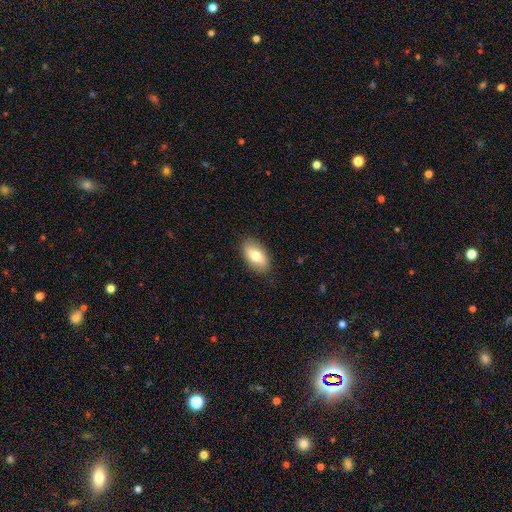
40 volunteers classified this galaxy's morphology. A smooth galaxy with no disk features (82%) that is in between round and cigar-shaped (97%). Merging: none (85%).